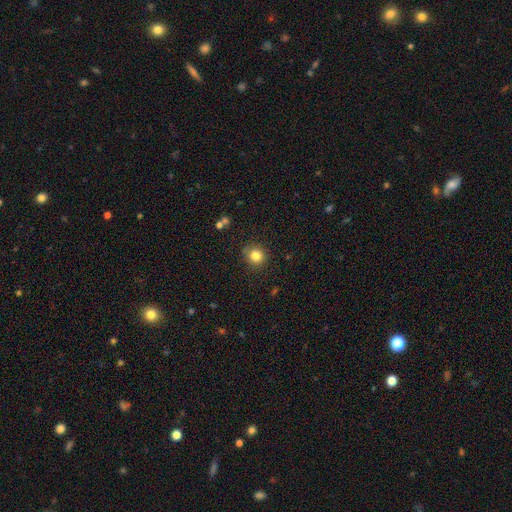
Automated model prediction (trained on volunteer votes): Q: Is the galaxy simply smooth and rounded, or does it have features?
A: smooth — 83%.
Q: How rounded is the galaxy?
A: round — 90%.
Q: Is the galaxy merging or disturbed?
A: none — 87%.